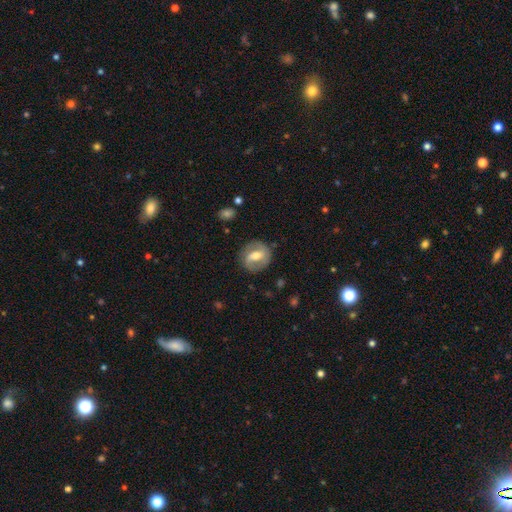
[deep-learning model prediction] smooth-or-featured: featured or disk: 62% | smooth: 32% | star or artifact: 6%
  disk-edge-on: no: 95% | yes: 5%
    bar: strong: 42% | weak: 41% | no: 17%
    has-spiral-arms: yes: 70% | no: 30%
    bulge-size: moderate: 69% | small: 17% | large: 11% | none: 2% | dominant: 1%
  merging: none: 80% | minor disturbance: 13% | major disturbance: 5% | merger: 1%